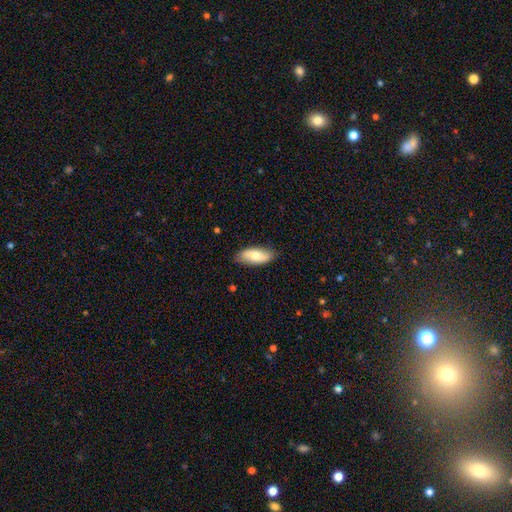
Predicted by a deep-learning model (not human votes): Smooth or featured? smooth (69%)
How rounded? in between (81%)
Merging? none (83%)